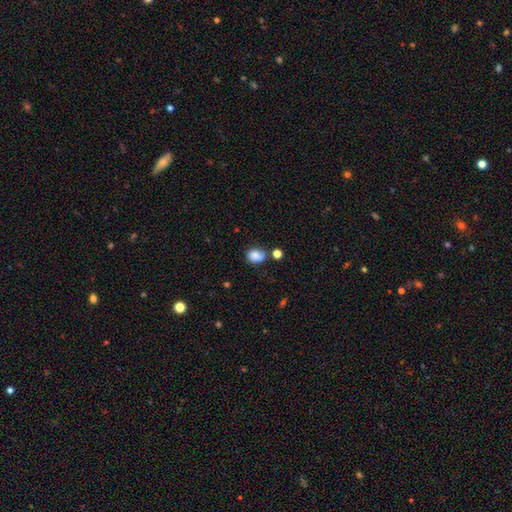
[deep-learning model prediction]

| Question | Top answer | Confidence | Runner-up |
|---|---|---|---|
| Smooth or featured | smooth | 82% | star or artifact (10%) |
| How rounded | in between | 60% | round (39%) |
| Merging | none | 54% | minor disturbance (27%) |